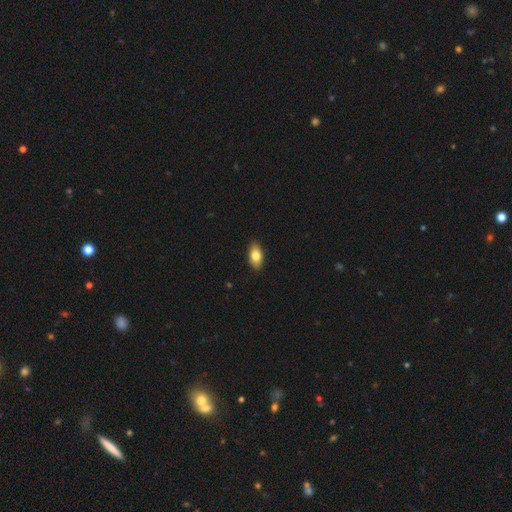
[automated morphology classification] Smooth or featured? smooth (80%)
How rounded? in between (91%)
Merging? none (89%)